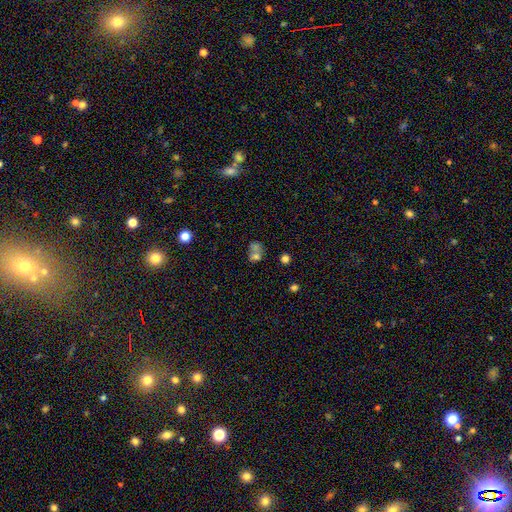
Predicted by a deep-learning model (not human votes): smooth 64%, featured or disk 19%, star or artifact 17%. Down the decision tree: how rounded — round (51%); merging — merger (53%).